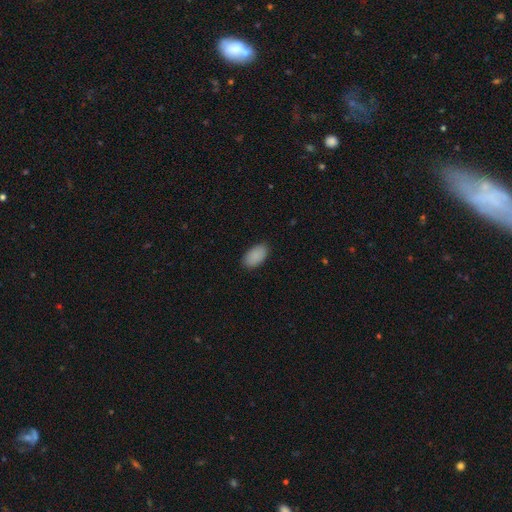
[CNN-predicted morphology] The model was most divided on "merging": none: 87%, minor disturbance: 10%, major disturbance: 2%, merger: 1%. More confident: how rounded — in between (94%); smooth or featured — smooth (90%).